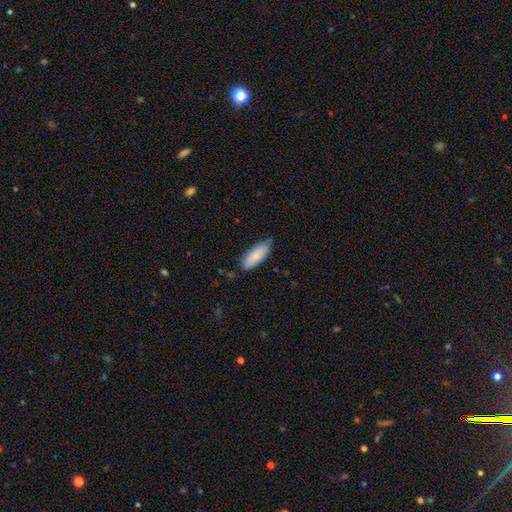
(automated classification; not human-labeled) A smooth galaxy with no disk features (85%) that is in between round and cigar-shaped (74%).

Vote fractions:
- Smooth or featured? smooth: 85% / featured or disk: 9% / star or artifact: 6%
- How rounded? in between: 74% / cigar-shaped: 24% / round: 2%
- Merging? none: 77% / minor disturbance: 19% / major disturbance: 3% / merger: 1%